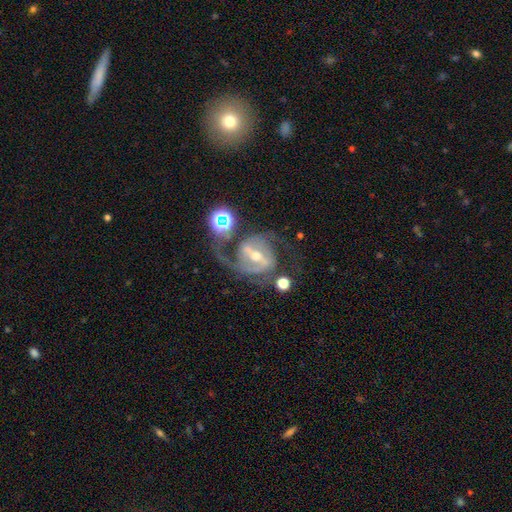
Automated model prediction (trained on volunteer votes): The model was most divided on "bar": strong: 57%, weak: 33%, no: 10%. More confident: edge-on disk — no (97%); spiral arms — yes (96%); smooth or featured — featured or disk (87%); spiral arm count — 2 (83%); bulge size — moderate (60%); merging — none (56%); spiral winding — medium (55%).